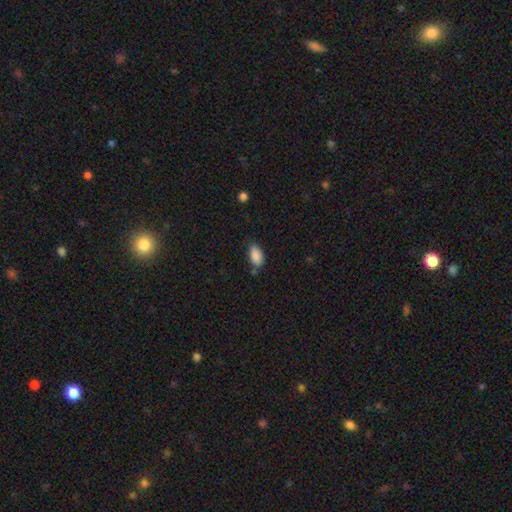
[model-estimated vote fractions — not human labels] Smooth or featured: smooth — 88% (star or artifact — 7%)
How rounded: in between — 93% (cigar-shaped — 4%)
Merging: none — 71% (minor disturbance — 20%)